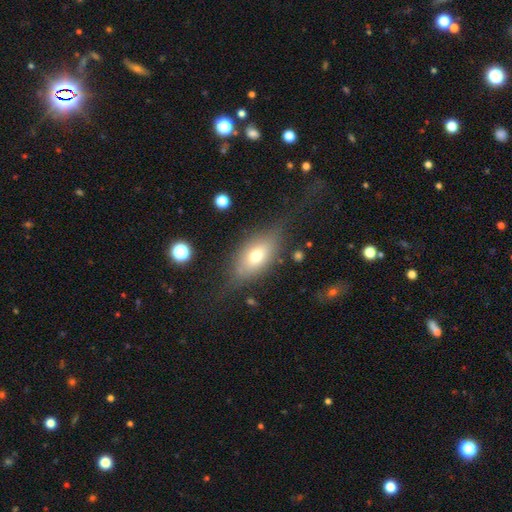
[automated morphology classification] Smooth or featured? smooth (61%)
How rounded? in between (80%)
Merging? none (63%)